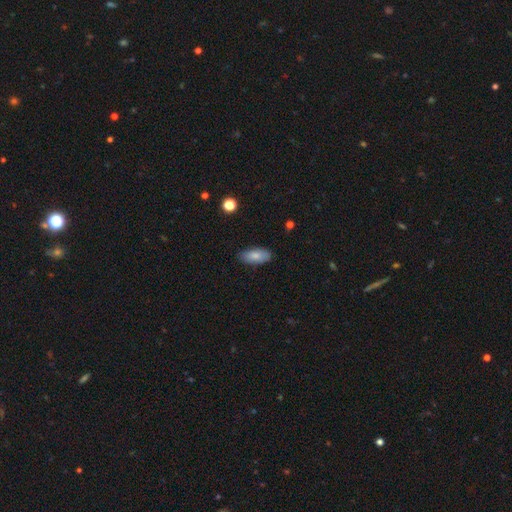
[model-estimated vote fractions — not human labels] This is clearly a smooth galaxy (82%). How rounded: clearly in between (89%). Merging: clearly none (85%).